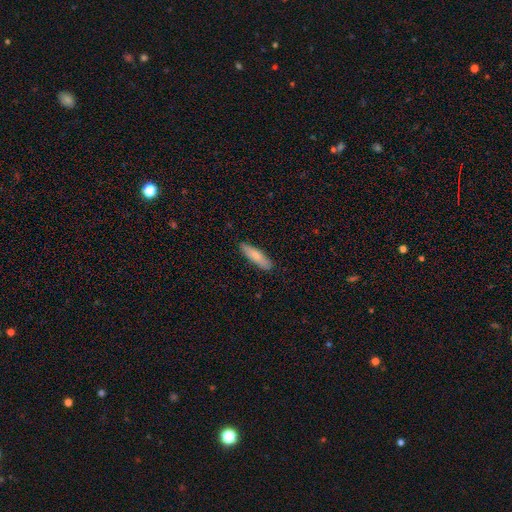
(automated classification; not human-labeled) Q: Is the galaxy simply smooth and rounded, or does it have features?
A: smooth — 76%.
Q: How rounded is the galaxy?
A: cigar-shaped — 66%.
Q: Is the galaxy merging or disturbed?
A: none — 87%.